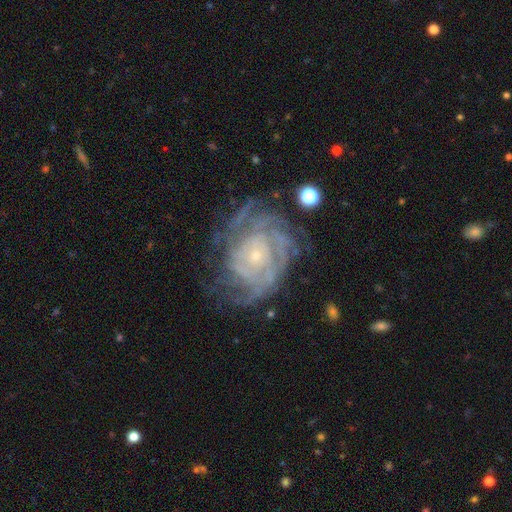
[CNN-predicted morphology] Smooth or featured?
  - featured or disk: 87% *
  - star or artifact: 7%
  - smooth: 6%
Edge-on disk?
  - no: 97% *
  - yes: 3%
Bar?
  - no: 77% *
  - weak: 18%
  - strong: 5%
Spiral arms?
  - yes: 96% *
  - no: 4%
Spiral winding?
  - tight: 74% *
  - medium: 21%
  - loose: 5%
Spiral arm count?
  - can't tell: 31% *
  - 4: 22%
  - more than 4: 16%
  - 3: 14%
  - 2: 11%
  - 1: 6%
Bulge size?
  - small: 80% *
  - moderate: 15%
  - none: 2%
  - large: 2%
  - dominant: 1%
Merging?
  - none: 67% *
  - minor disturbance: 20%
  - major disturbance: 11%
  - merger: 2%